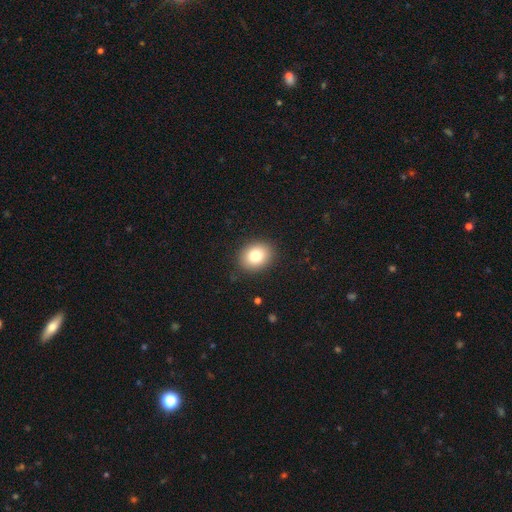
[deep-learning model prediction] Smooth or featured? Predicted: smooth (p=0.79). How rounded? Predicted: round (p=0.50). Merging? Predicted: none (p=0.89).